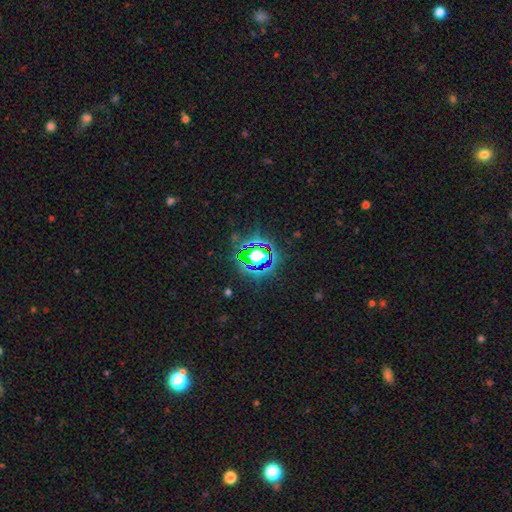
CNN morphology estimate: Q: Smooth or featured?
A: star or artifact (69%); runner-up: smooth (19%)